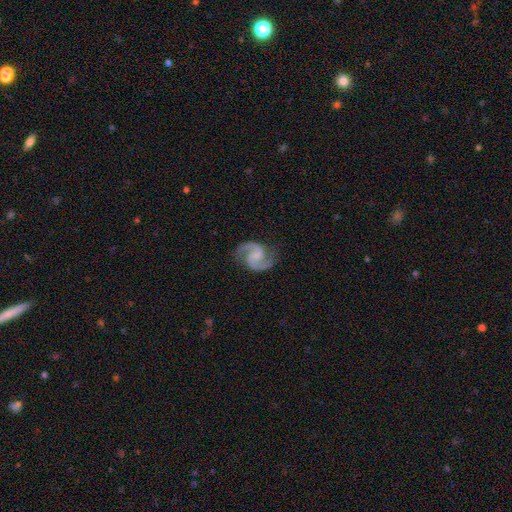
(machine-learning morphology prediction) Smooth or featured? Predicted: featured or disk (p=0.92). Edge-on disk? Predicted: no (p=0.98). Bar? Predicted: no (p=0.47). Spiral arms? Predicted: yes (p=0.98). Spiral winding? Predicted: medium (p=0.64). Spiral arm count? Predicted: 2 (p=0.94). Bulge size? Predicted: none (p=0.37). Merging? Predicted: none (p=0.82).